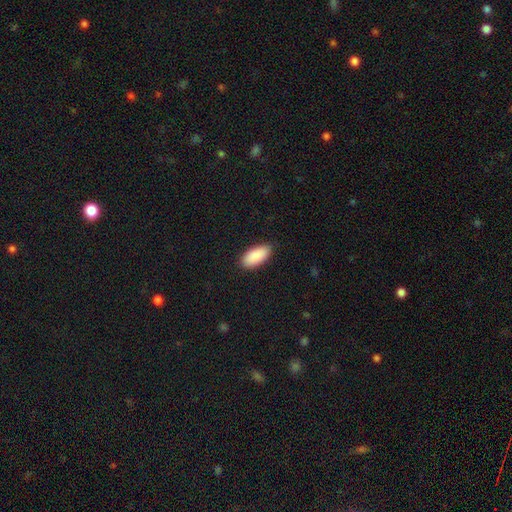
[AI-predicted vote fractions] smooth 91%, star or artifact 6%, featured or disk 4%. Down the decision tree: how rounded — in between (92%); merging — none (87%).